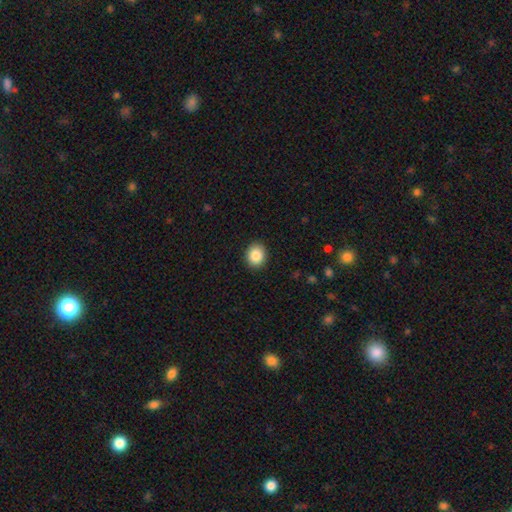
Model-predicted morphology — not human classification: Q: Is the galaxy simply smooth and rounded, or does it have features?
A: smooth — 86%.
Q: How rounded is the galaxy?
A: round — 66%.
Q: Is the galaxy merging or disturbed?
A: none — 91%.